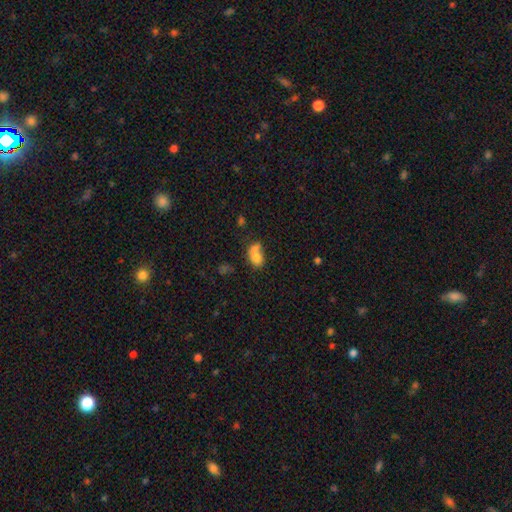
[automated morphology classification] This appears to be a smooth galaxy with no disk features (72%) that is in between round and cigar-shaped (65%). Merging: merger (55%).